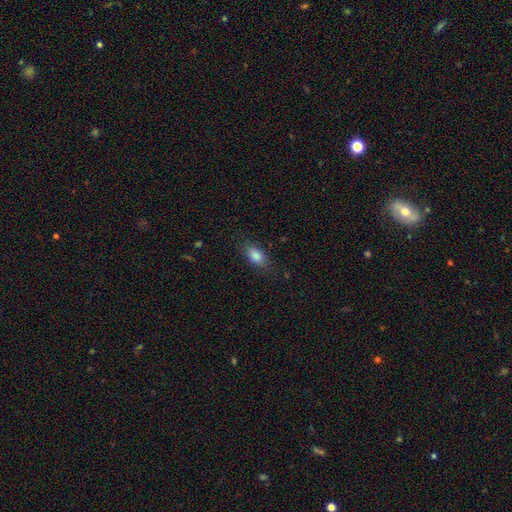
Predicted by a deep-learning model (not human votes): Smooth or featured: smooth — 83% (featured or disk — 9%)
How rounded: in between — 85% (cigar-shaped — 8%)
Merging: none — 79% (minor disturbance — 16%)